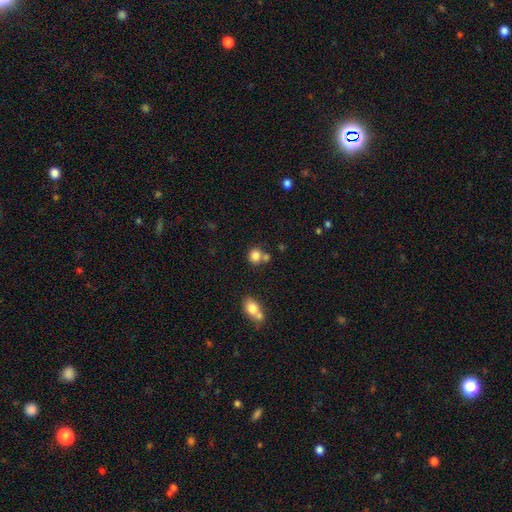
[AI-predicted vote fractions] The model was most divided on "merging": none: 60%, merger: 26%, minor disturbance: 10%, major disturbance: 4%. More confident: how rounded — round (83%); smooth or featured — smooth (82%).